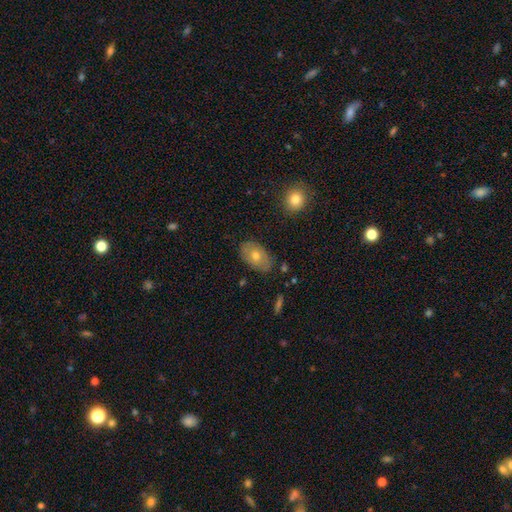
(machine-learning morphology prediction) A smooth galaxy with no disk features (60%) that is in between round and cigar-shaped (89%). Merging: none (79%).